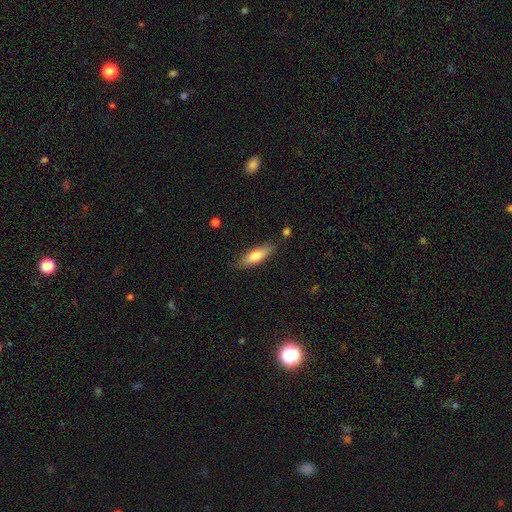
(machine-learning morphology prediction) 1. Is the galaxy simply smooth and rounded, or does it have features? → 70% smooth, 24% featured or disk, 6% star or artifact.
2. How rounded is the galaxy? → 50% cigar-shaped, 48% in between, 2% round.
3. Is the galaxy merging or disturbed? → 84% none, 11% minor disturbance, 2% merger, 2% major disturbance.